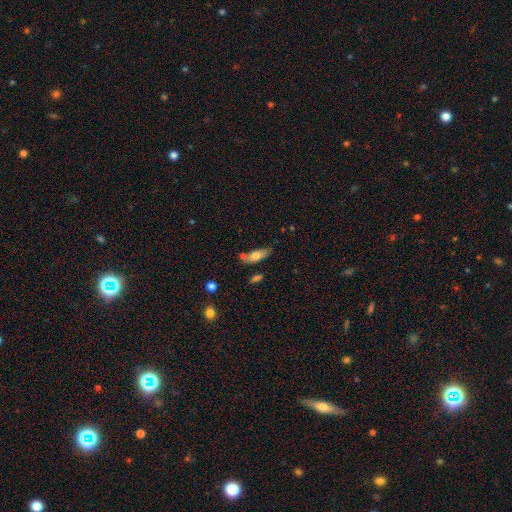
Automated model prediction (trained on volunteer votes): This is likely a smooth galaxy (70%). How rounded: likely in between (68%). Merging: likely none (66%).